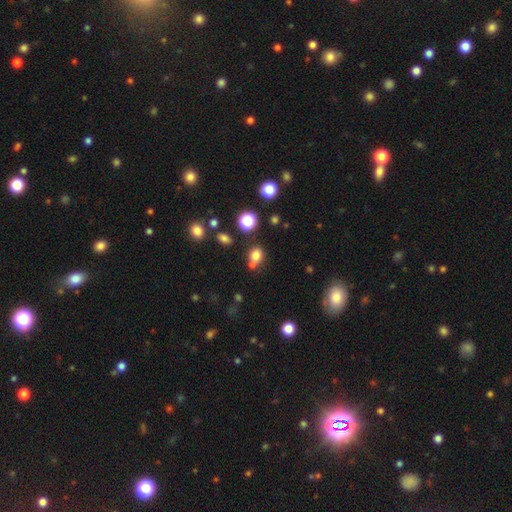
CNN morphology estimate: Smooth or featured: smooth — 77% (star or artifact — 15%)
How rounded: round — 63% (in between — 36%)
Merging: none — 59% (merger — 24%)